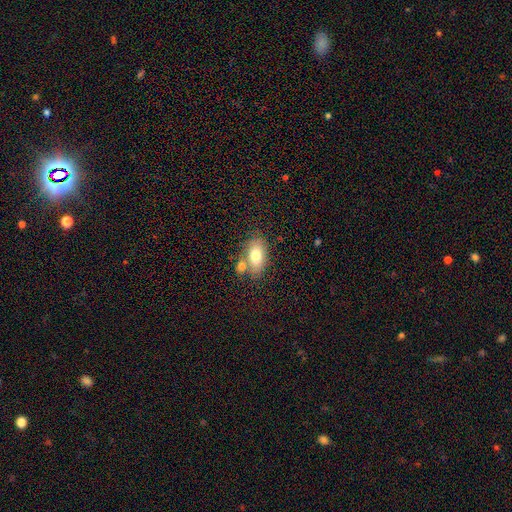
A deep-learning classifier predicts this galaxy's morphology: A smooth galaxy with no disk features (75%) that is in between round and cigar-shaped (90%).

Vote fractions:
- Smooth or featured? smooth: 75% / featured or disk: 17% / star or artifact: 7%
- How rounded? in between: 90% / round: 7% / cigar-shaped: 3%
- Merging? none: 56% / merger: 27% / minor disturbance: 13% / major disturbance: 4%